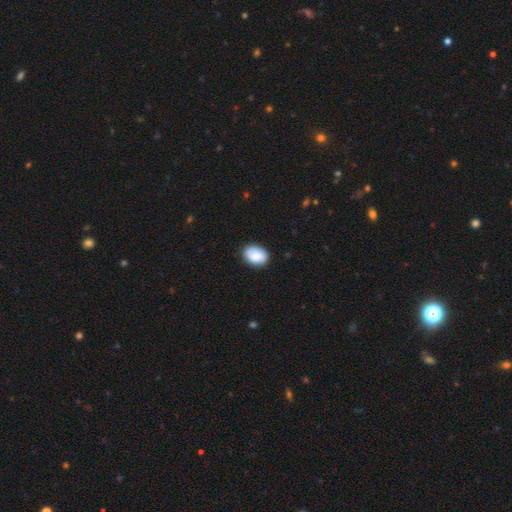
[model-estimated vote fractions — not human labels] The model was most divided on "how rounded": in between: 75%, round: 24%, cigar-shaped: 1%. More confident: smooth or featured — smooth (86%); merging — none (84%).